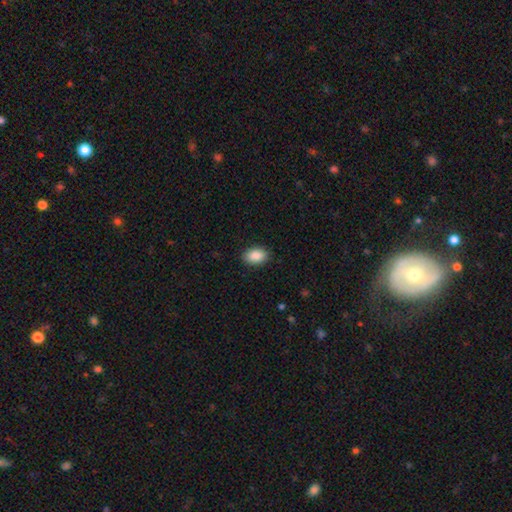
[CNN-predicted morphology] Q: Smooth or featured?
A: smooth (90%); runner-up: star or artifact (7%)
Q: How rounded?
A: in between (88%); runner-up: round (11%)
Q: Merging?
A: none (89%); runner-up: minor disturbance (8%)